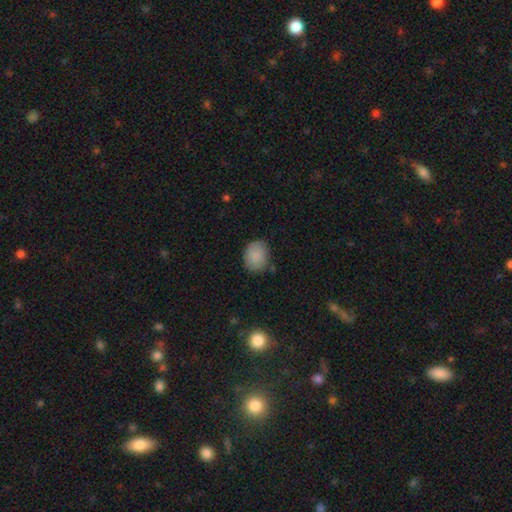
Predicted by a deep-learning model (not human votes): The model was most divided on "how rounded": in between: 51%, round: 48%, cigar-shaped: 1%. More confident: smooth or featured — smooth (87%); merging — none (77%).